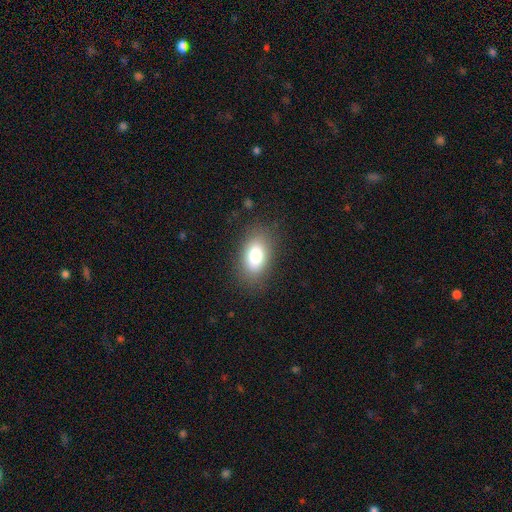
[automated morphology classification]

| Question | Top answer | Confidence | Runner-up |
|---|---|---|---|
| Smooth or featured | smooth | 79% | featured or disk (12%) |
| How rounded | in between | 89% | round (9%) |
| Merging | none | 83% | minor disturbance (12%) |